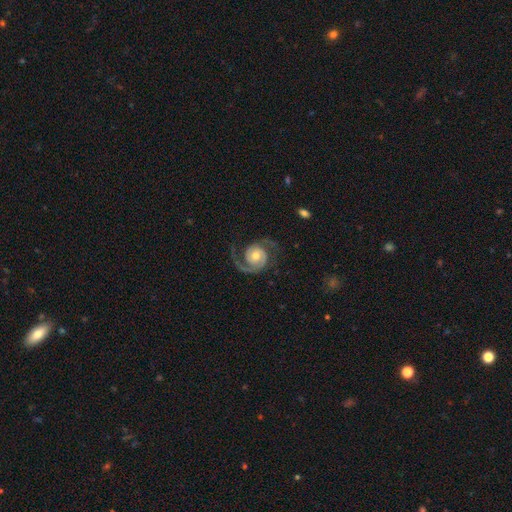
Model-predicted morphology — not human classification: A featured or disk galaxy (90%) with no bar (73%), 2 (90%) medium (52%) spiral arms (98%) and a moderate central bulge (65%). Merging: none (76%).